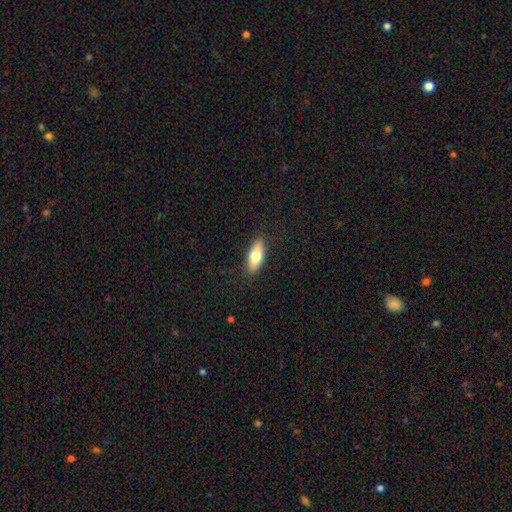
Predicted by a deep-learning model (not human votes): smooth_or_featured: smooth (p=0.70) [alt: featured or disk p=0.23]
how_rounded: in between (p=0.72) [alt: cigar-shaped p=0.25]
merging: none (p=0.88) [alt: minor disturbance p=0.09]